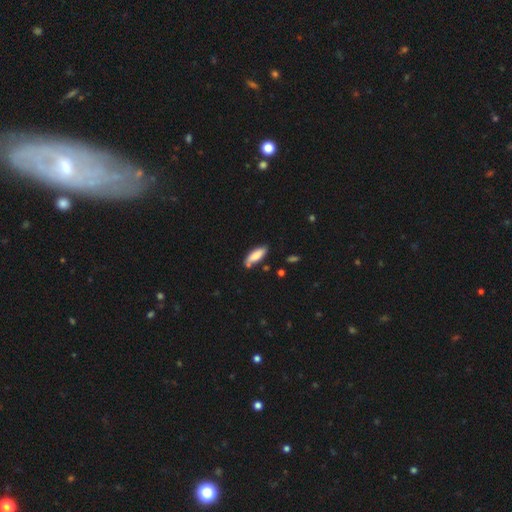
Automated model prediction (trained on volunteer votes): smooth 78%, featured or disk 16%, star or artifact 6%. Down the decision tree: how rounded — in between (60%); merging — none (70%).